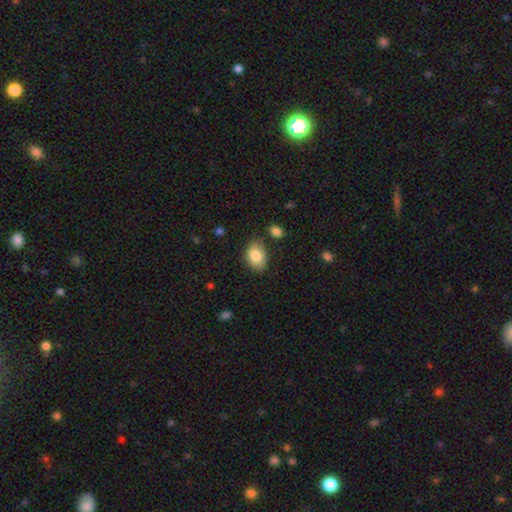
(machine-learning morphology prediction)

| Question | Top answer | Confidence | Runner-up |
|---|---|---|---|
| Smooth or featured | smooth | 85% | featured or disk (8%) |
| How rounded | in between | 84% | round (15%) |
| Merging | none | 77% | minor disturbance (17%) |